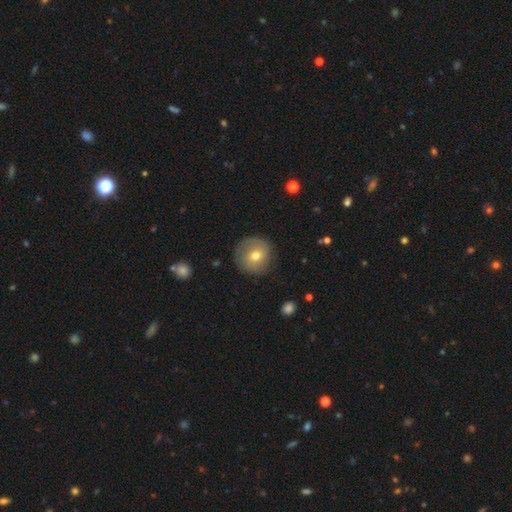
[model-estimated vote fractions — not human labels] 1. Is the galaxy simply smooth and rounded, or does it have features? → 61% smooth, 30% featured or disk, 9% star or artifact.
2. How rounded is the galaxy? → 93% round, 6% in between, 1% cigar-shaped.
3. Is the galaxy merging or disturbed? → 82% none, 13% minor disturbance, 4% major disturbance, 1% merger.